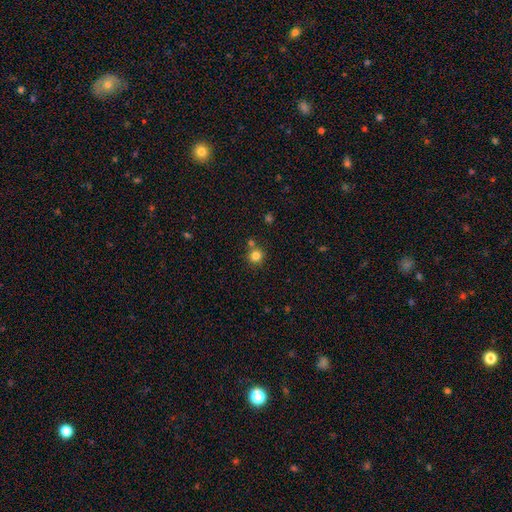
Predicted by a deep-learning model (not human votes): Smooth or featured? smooth (81%)
How rounded? round (93%)
Merging? none (74%)